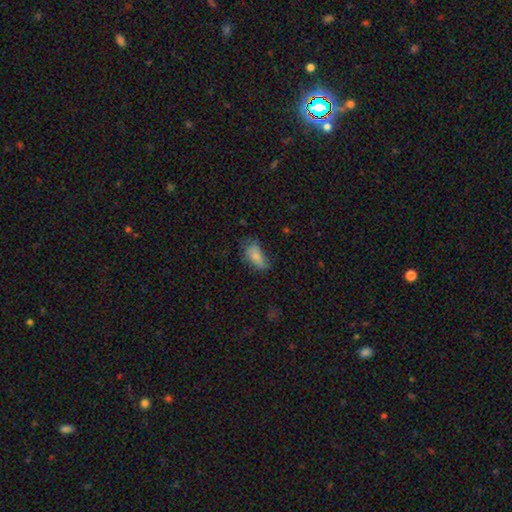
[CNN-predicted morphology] This appears to be a smooth galaxy with no disk features (79%) that is in between round and cigar-shaped (91%). Merging: none (45%).